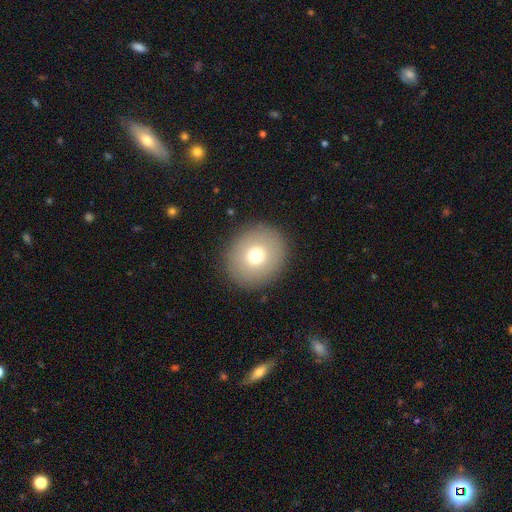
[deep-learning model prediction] Smooth or featured?
  - smooth: 72% *
  - featured or disk: 17%
  - star or artifact: 11%
How rounded?
  - round: 80% *
  - in between: 19%
  - cigar-shaped: 1%
Merging?
  - none: 90% *
  - minor disturbance: 6%
  - major disturbance: 3%
  - merger: 1%